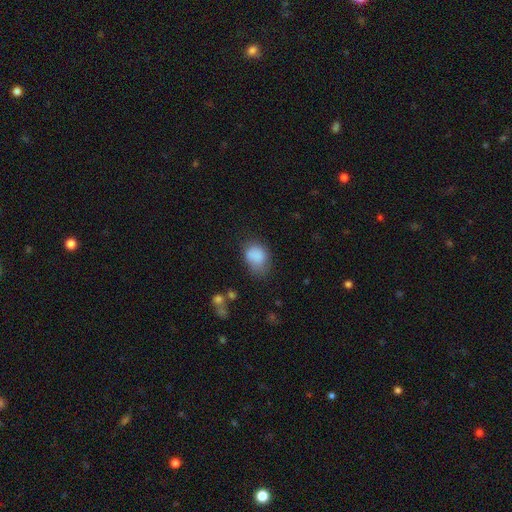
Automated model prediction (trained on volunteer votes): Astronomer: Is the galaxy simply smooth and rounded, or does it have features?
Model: smooth — 83%.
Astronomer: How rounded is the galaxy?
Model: in between — 62%.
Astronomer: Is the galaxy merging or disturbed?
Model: none — 50% (runner-up: minor disturbance, 31%).